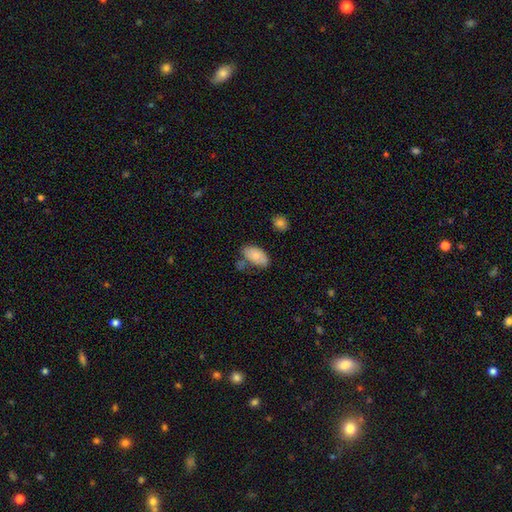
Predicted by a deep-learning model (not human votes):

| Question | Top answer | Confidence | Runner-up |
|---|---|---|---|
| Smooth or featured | smooth | 80% | featured or disk (14%) |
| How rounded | in between | 94% | round (4%) |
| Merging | none | 63% | minor disturbance (21%) |